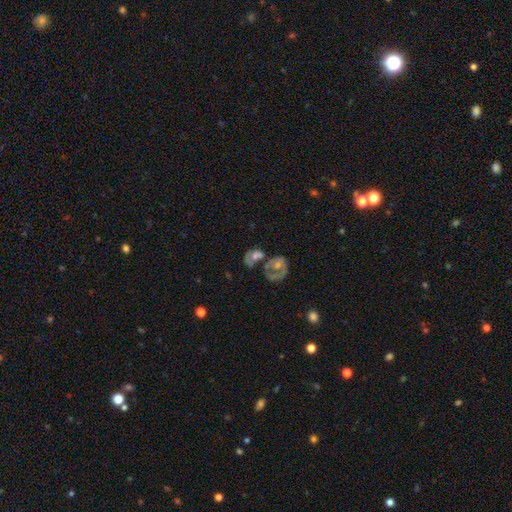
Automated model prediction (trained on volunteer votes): smooth_or_featured: featured or disk (p=0.49) [alt: smooth p=0.41]
merging: merger (p=0.51) [alt: none p=0.23]